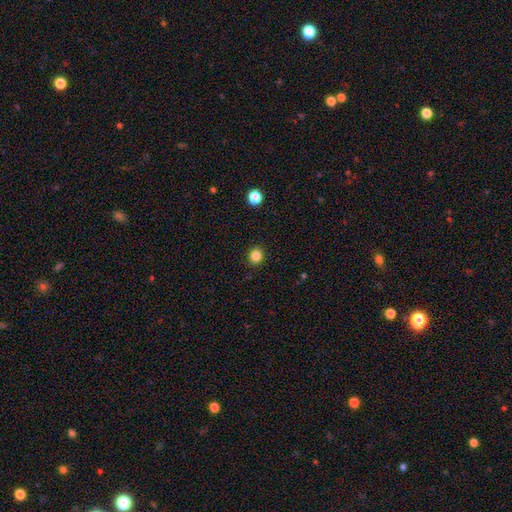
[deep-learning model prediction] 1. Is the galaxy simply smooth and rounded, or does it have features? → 84% smooth, 12% star or artifact, 4% featured or disk.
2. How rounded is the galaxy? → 86% round, 13% in between, 1% cigar-shaped.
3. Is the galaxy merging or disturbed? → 91% none, 6% minor disturbance, 2% major disturbance, 1% merger.